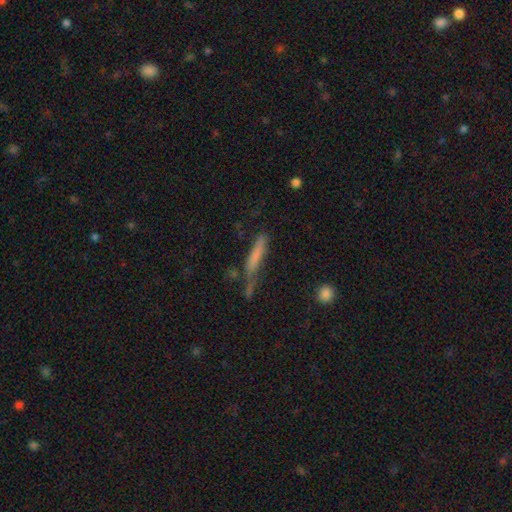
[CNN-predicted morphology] The model was most divided on "merging": none: 49%, minor disturbance: 23%, merger: 14%, major disturbance: 13%. More confident: how rounded — cigar-shaped (90%); smooth or featured — smooth (64%).